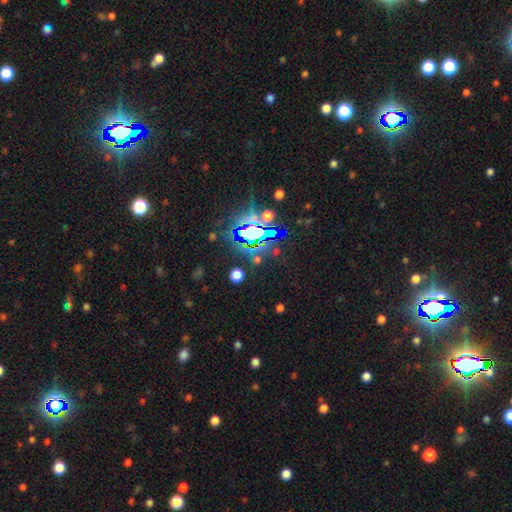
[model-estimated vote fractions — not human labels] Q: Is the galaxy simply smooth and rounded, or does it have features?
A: star or artifact — 81%.